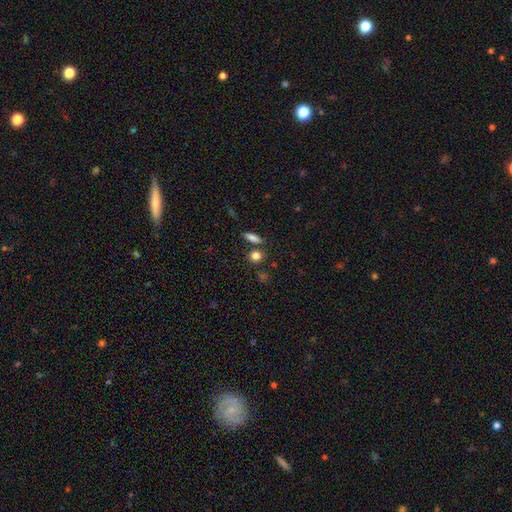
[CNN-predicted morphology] Smooth or featured? smooth (82%)
How rounded? round (63%)
Merging? none (74%)